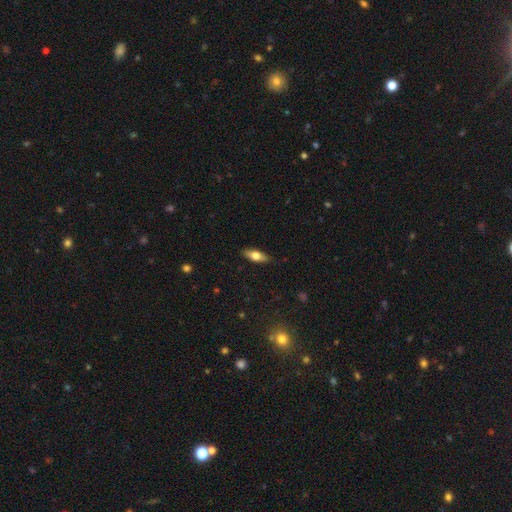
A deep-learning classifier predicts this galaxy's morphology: Smooth or featured: smooth — 63% (featured or disk — 31%)
How rounded: in between — 66% (cigar-shaped — 30%)
Merging: none — 87% (minor disturbance — 10%)